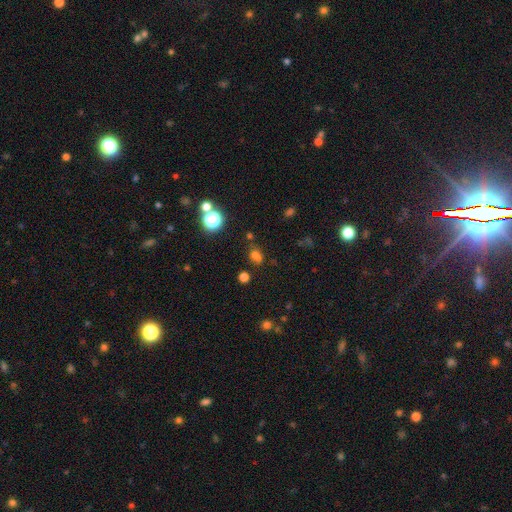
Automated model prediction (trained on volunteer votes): Morphology: type=smooth (62%); roundness=round (60%); merging=none (57%).